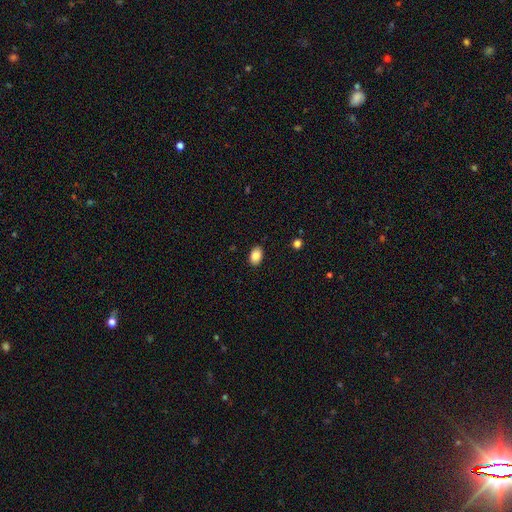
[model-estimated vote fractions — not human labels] Smooth or featured? Predicted: smooth (p=0.88). How rounded? Predicted: in between (p=0.83). Merging? Predicted: none (p=0.87).